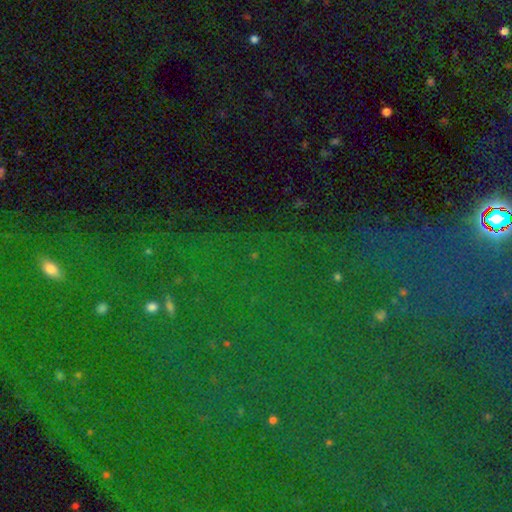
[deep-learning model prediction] Morphology: type=star or artifact (83%).